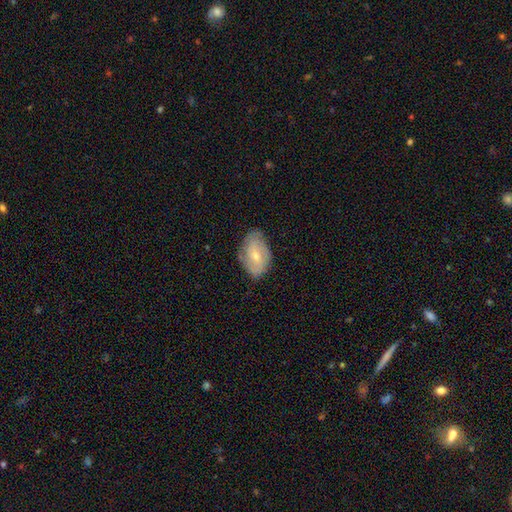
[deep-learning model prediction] Overall: featured or disk (64%; smooth 30%). Edge-on disk: no (96%). Bar: no (53%; weak 38%). Spiral arms: yes (86%). Spiral arm count: 2 (50%; can't tell 26%). Spiral winding: tight (44%; medium 40%). Bulge size: small (61%; moderate 36%). Merging: none (70%).